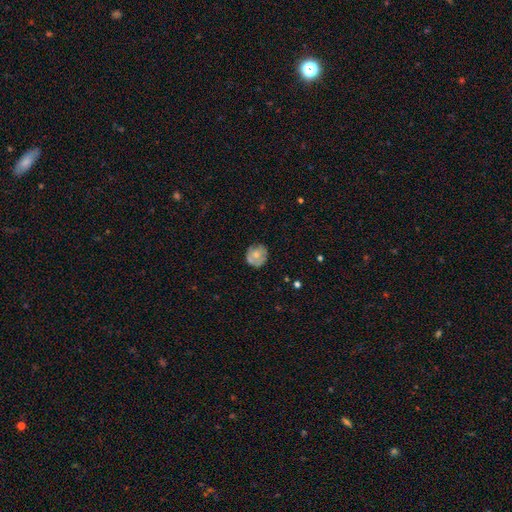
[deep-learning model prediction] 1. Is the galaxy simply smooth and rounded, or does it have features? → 60% smooth, 32% featured or disk, 8% star or artifact.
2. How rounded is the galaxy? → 80% round, 19% in between, 1% cigar-shaped.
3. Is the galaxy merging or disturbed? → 66% none, 24% minor disturbance, 7% major disturbance, 3% merger.